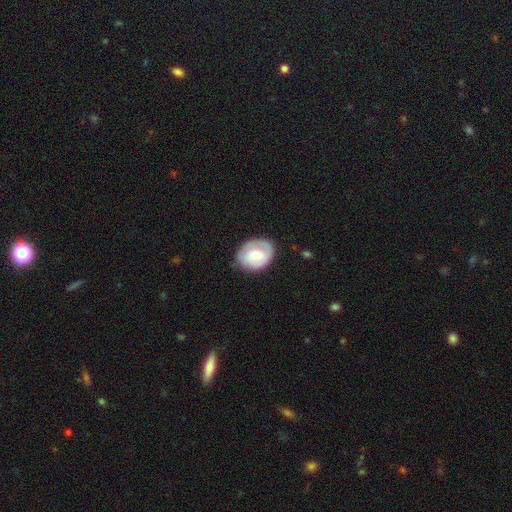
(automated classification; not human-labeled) smooth 56%, featured or disk 38%, star or artifact 6%. Down the decision tree: how rounded — in between (59%); merging — none (69%).